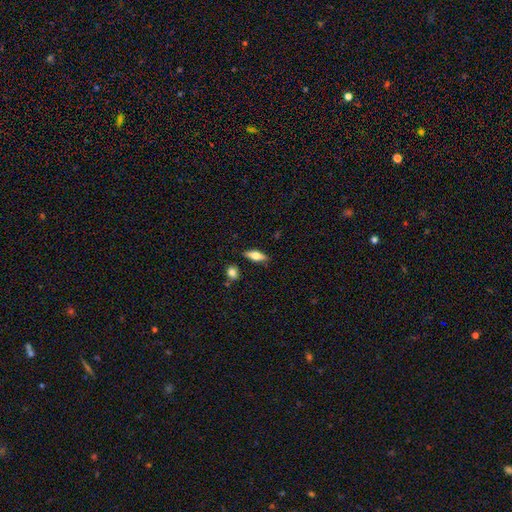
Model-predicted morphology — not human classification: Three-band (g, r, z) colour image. It shows a smooth galaxy with no disk features (56%) that is in between round and cigar-shaped (62%). Merging: none (85%).